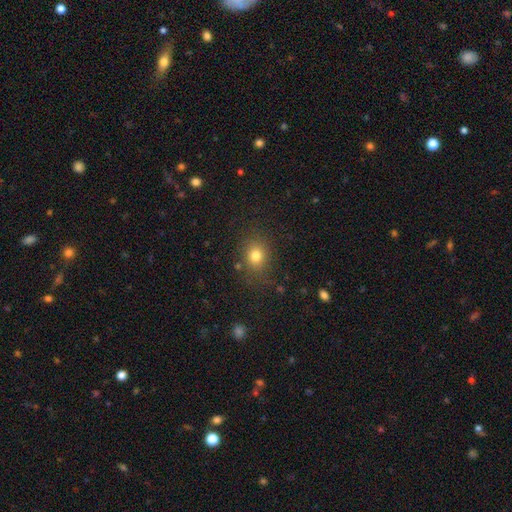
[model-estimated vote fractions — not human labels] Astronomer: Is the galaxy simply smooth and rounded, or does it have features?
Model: smooth — 78%.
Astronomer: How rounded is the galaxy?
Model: round — 59% (runner-up: in between, 40%).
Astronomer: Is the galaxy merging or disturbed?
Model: none — 80%.